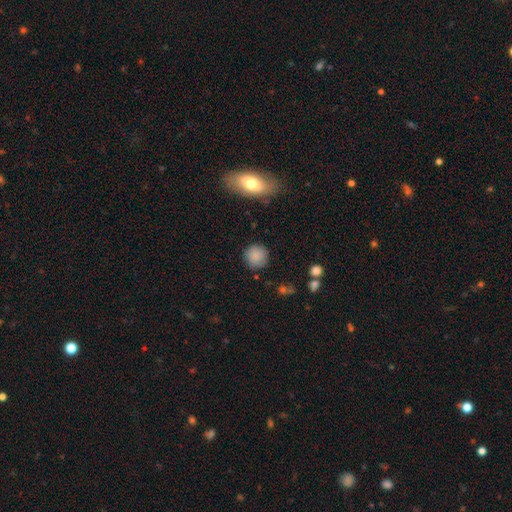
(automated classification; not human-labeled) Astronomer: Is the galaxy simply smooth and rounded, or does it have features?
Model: smooth — 85%.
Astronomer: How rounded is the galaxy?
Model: round — 92%.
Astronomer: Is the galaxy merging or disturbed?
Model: none — 85%.